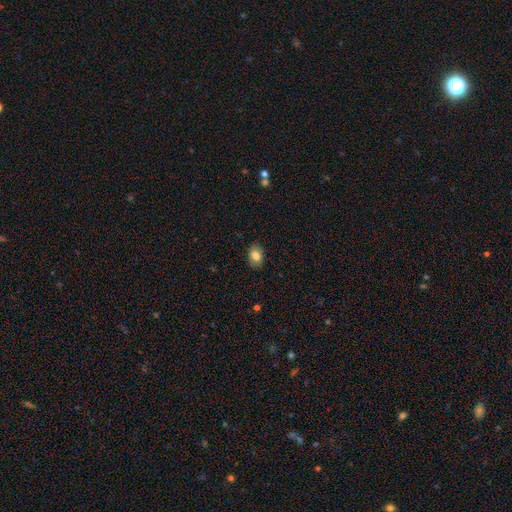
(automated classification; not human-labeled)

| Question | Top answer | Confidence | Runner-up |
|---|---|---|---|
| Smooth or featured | smooth | 79% | featured or disk (13%) |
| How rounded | in between | 81% | round (18%) |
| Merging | none | 86% | minor disturbance (10%) |